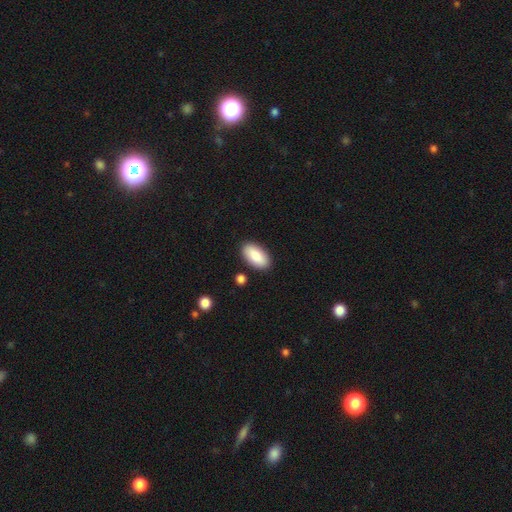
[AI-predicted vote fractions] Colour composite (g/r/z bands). It shows a smooth galaxy with no disk features (84%) that is in between round and cigar-shaped (94%). Merging: none (86%).